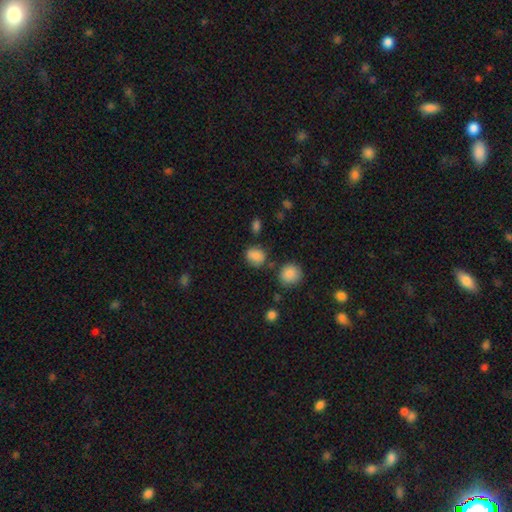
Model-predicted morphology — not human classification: smooth 83%, star or artifact 11%, featured or disk 6%. Down the decision tree: how rounded — round (60%); merging — none (71%).